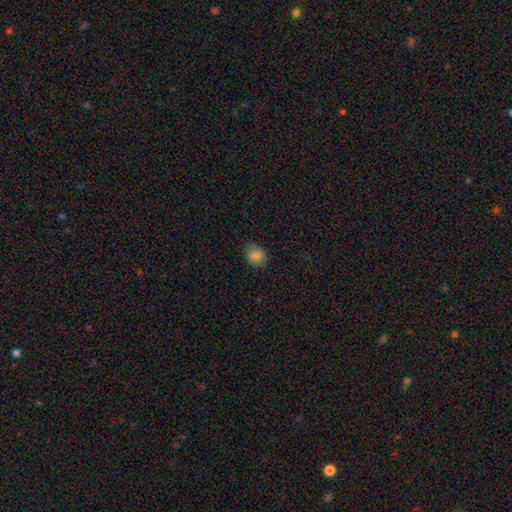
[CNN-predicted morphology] Q: Smooth or featured?
A: smooth (80%); runner-up: featured or disk (11%)
Q: How rounded?
A: in between (65%); runner-up: round (34%)
Q: Merging?
A: none (77%); runner-up: minor disturbance (18%)